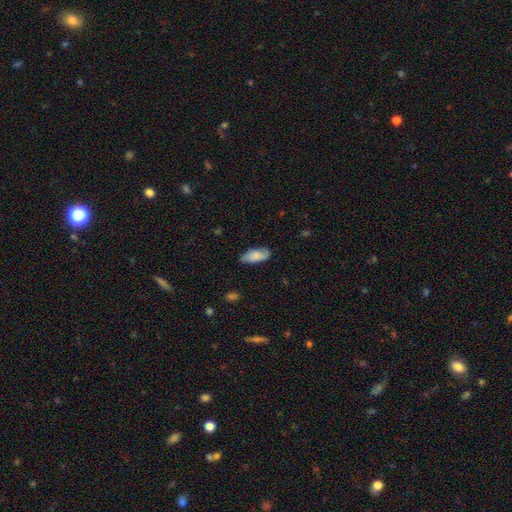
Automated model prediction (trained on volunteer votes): Smooth or featured? Predicted: smooth (p=0.79). How rounded? Predicted: in between (p=0.86). Merging? Predicted: none (p=0.76).